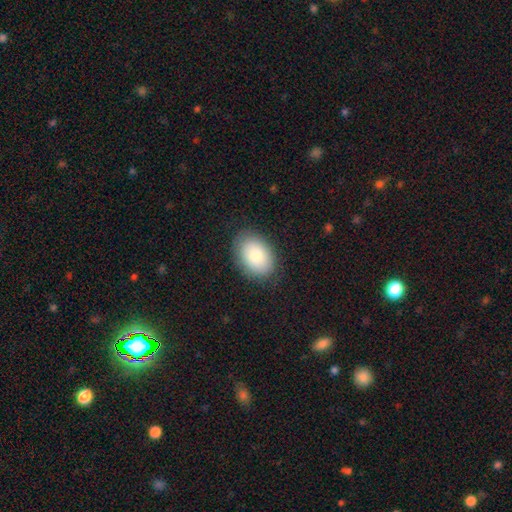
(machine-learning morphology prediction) A smooth galaxy with no disk features (80%) that is in between round and cigar-shaped (76%).

Vote fractions:
- Smooth or featured? smooth: 80% / featured or disk: 13% / star or artifact: 7%
- How rounded? in between: 76% / round: 23% / cigar-shaped: 1%
- Merging? none: 86% / minor disturbance: 10% / major disturbance: 3% / merger: 1%